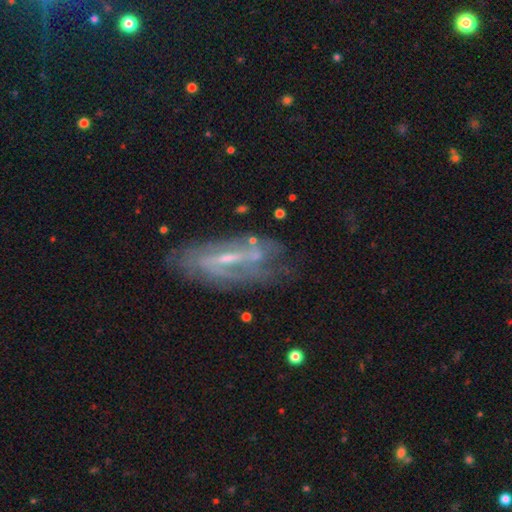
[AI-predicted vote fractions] A featured or disk galaxy (77%) with a strong bar (43%), spiral arms (73%) and a small central bulge (51%).

Vote fractions:
- Smooth or featured? featured or disk: 77% / smooth: 16% / star or artifact: 7%
- Edge-on disk? no: 82% / yes: 18%
- Bar? strong: 43% / weak: 37% / no: 20%
- Spiral arms? yes: 73% / no: 27%
- Bulge size? small: 51% / moderate: 34% / none: 10% / large: 3% / dominant: 1%
- Merging? none: 62% / minor disturbance: 22% / major disturbance: 13% / merger: 4%